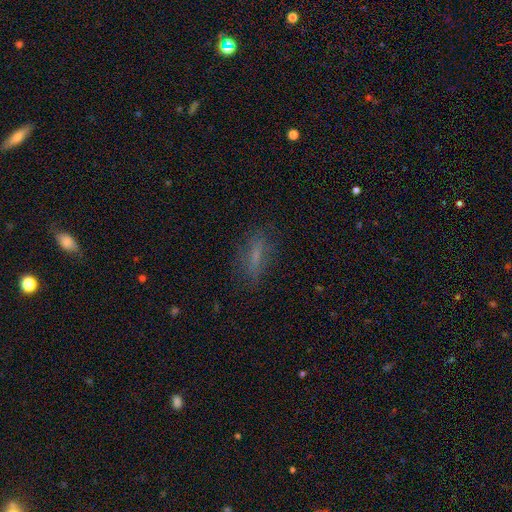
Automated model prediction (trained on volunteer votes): smooth 58%, featured or disk 26%, star or artifact 16%. Down the decision tree: how rounded — cigar-shaped (58%); merging — none (77%).